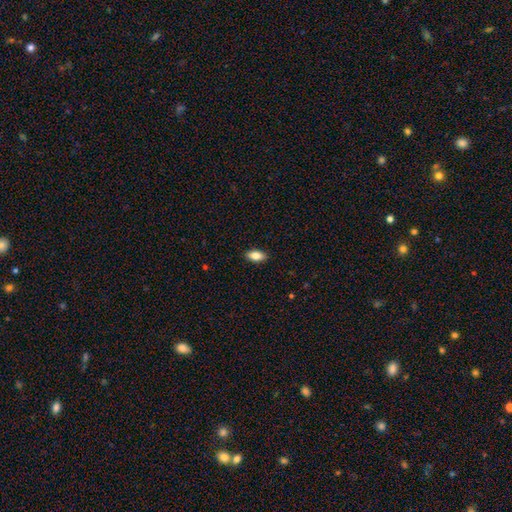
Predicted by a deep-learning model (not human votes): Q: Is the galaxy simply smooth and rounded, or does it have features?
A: smooth — 79%.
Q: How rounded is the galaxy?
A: in between — 87%.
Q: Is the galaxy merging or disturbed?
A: none — 90%.